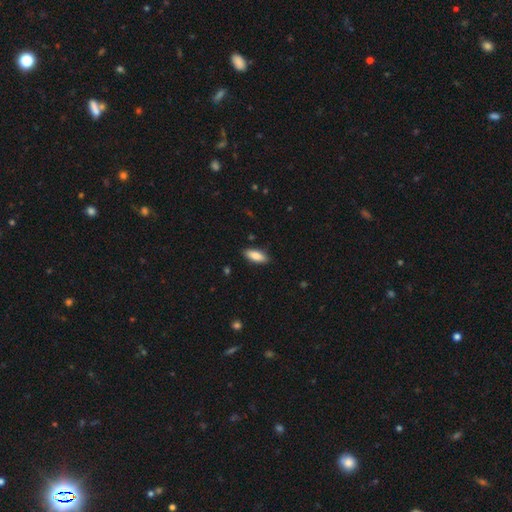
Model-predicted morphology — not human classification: The model was most divided on "how rounded": in between: 74%, cigar-shaped: 24%, round: 2%. More confident: merging — none (88%); smooth or featured — smooth (84%).